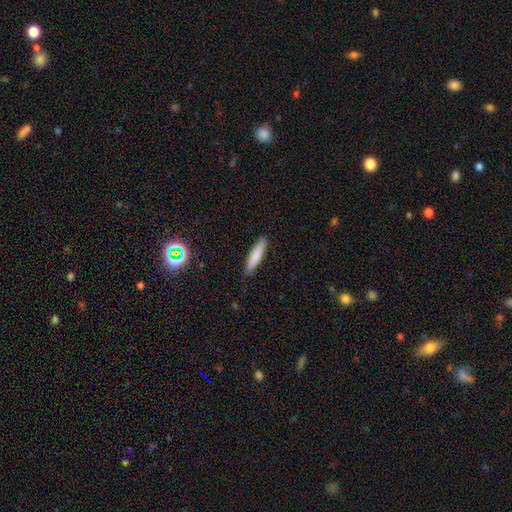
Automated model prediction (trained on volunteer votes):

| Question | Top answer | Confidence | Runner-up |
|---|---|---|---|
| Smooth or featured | smooth | 82% | featured or disk (12%) |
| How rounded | cigar-shaped | 84% | in between (15%) |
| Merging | none | 89% | minor disturbance (8%) |